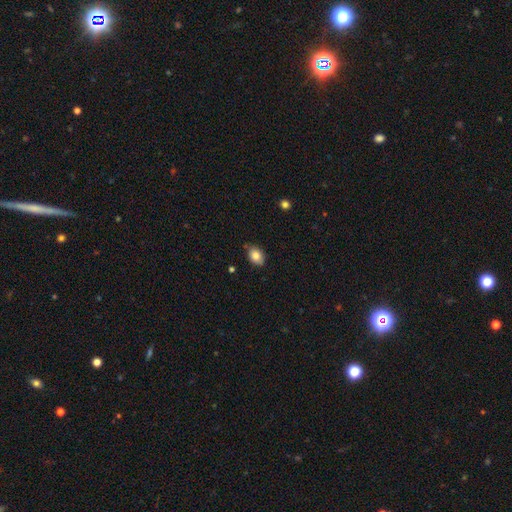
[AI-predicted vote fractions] Q: Smooth or featured?
A: smooth (83%); runner-up: featured or disk (9%)
Q: How rounded?
A: in between (80%); runner-up: round (18%)
Q: Merging?
A: none (76%); runner-up: minor disturbance (19%)